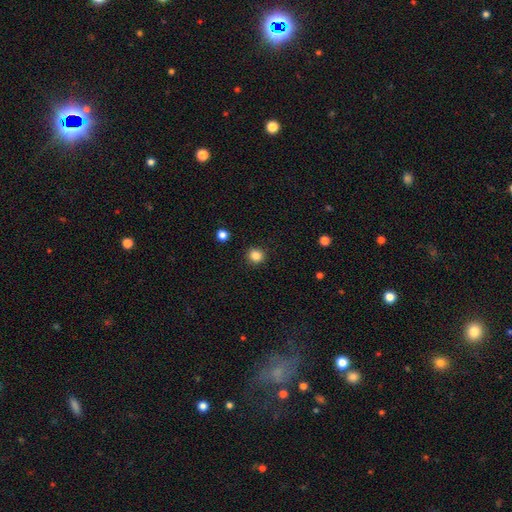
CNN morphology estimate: type=smooth (85%); roundness=round (87%); merging=none (91%).